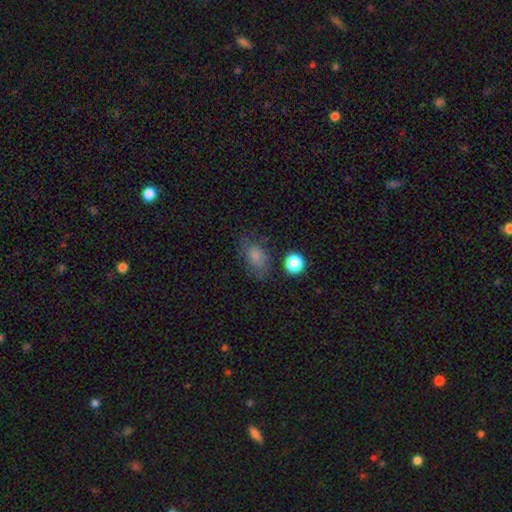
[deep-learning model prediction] smooth 66%, featured or disk 17%, star or artifact 17%. Down the decision tree: how rounded — in between (80%); merging — none (68%).